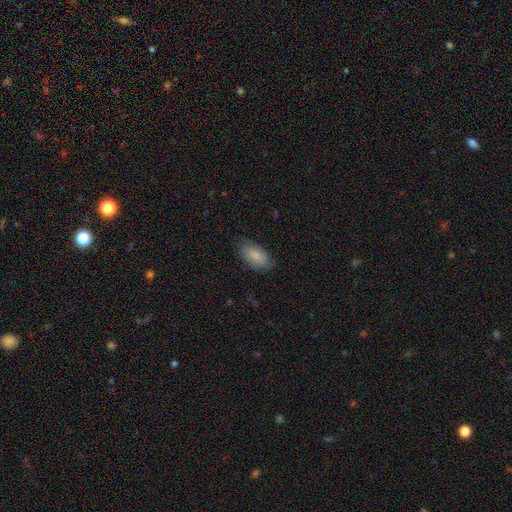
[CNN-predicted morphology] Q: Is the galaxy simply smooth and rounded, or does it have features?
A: smooth — 85%.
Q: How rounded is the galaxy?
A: in between — 93%.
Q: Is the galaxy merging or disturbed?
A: none — 77%.